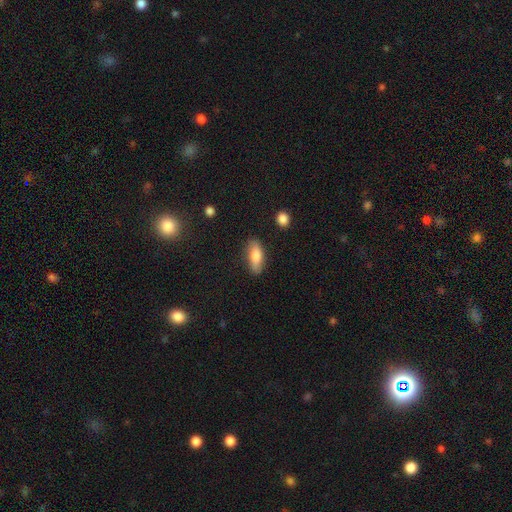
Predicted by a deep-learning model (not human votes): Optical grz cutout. It shows a smooth galaxy with no disk features (80%) that is in between round and cigar-shaped (75%). Merging: none (81%).